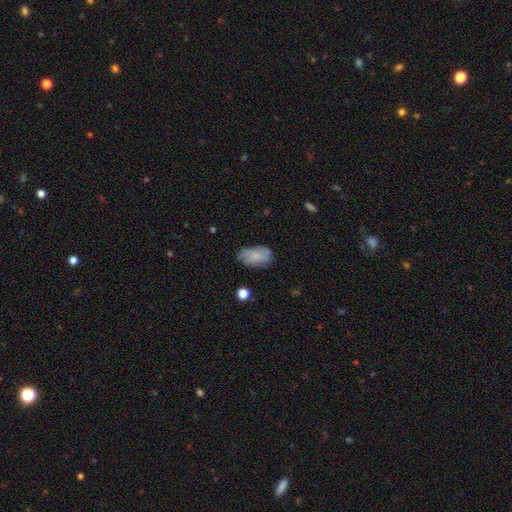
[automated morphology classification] A smooth galaxy with no disk features (73%) that is in between round and cigar-shaped (92%).

Vote fractions:
- Smooth or featured? smooth: 73% / featured or disk: 19% / star or artifact: 8%
- How rounded? in between: 92% / round: 6% / cigar-shaped: 2%
- Merging? none: 64% / minor disturbance: 27% / major disturbance: 7% / merger: 2%